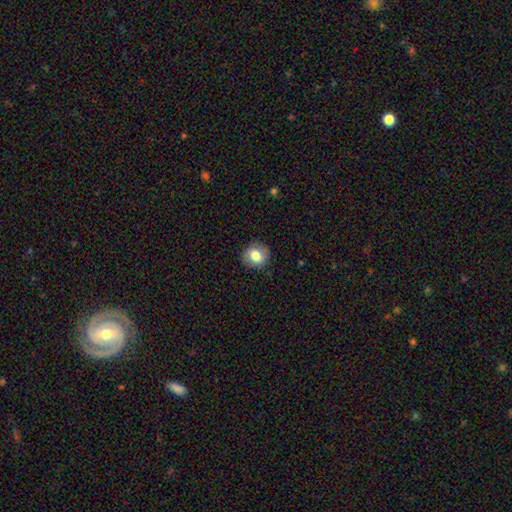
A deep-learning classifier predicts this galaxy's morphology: This appears to be a smooth galaxy with no disk features (77%) that is round (74%). Merging: none (86%).